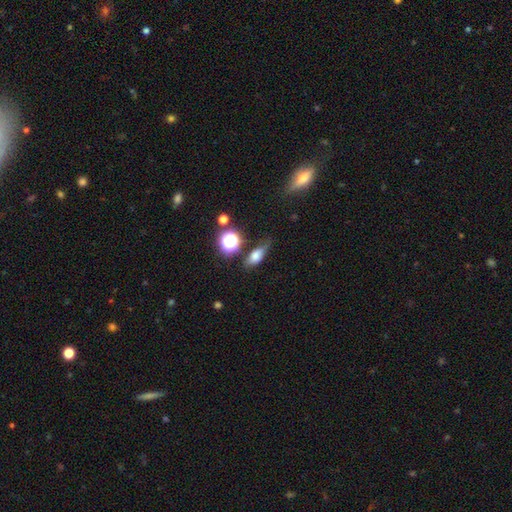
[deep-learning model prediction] This appears to be a smooth galaxy with no disk features (64%) that is in between round and cigar-shaped (64%). Merging: none (60%).